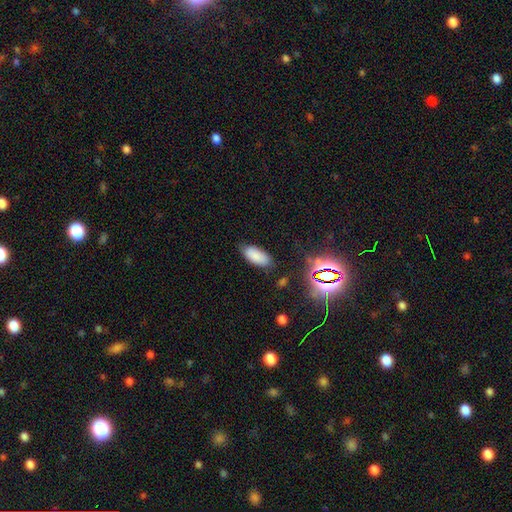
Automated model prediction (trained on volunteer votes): The model was most divided on "merging": none: 79%, minor disturbance: 15%, major disturbance: 3%, merger: 2%. More confident: how rounded — in between (89%); smooth or featured — smooth (83%).